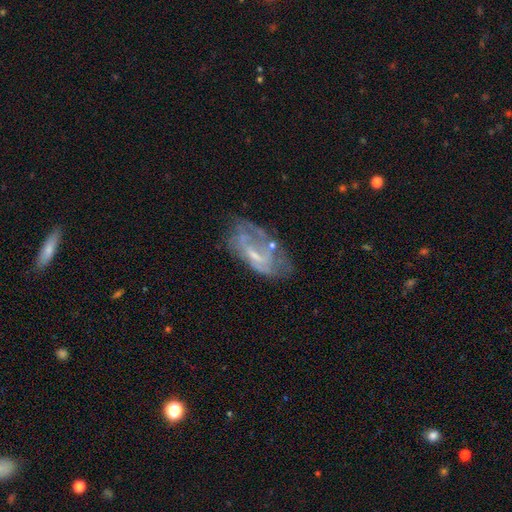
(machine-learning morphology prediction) type=featured or disk (67%); edge-on=no (93%); bar=no (43%); spiral arms=yes (51%); bulge=small (55%); merging=none (47%).